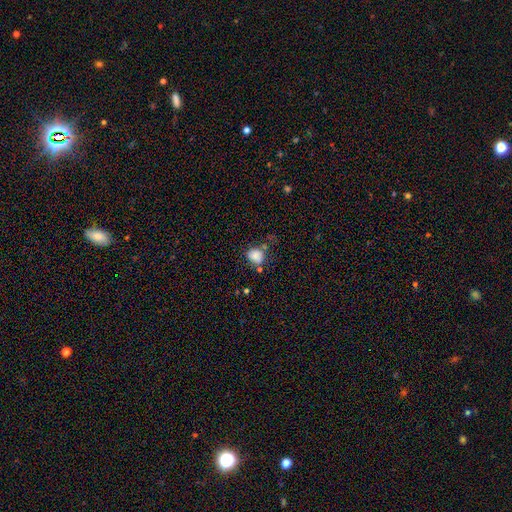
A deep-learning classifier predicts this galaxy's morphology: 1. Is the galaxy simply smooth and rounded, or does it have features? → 80% smooth, 11% star or artifact, 9% featured or disk.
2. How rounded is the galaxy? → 58% round, 41% in between, 1% cigar-shaped.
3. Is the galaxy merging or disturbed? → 52% none, 23% minor disturbance, 14% merger, 10% major disturbance.